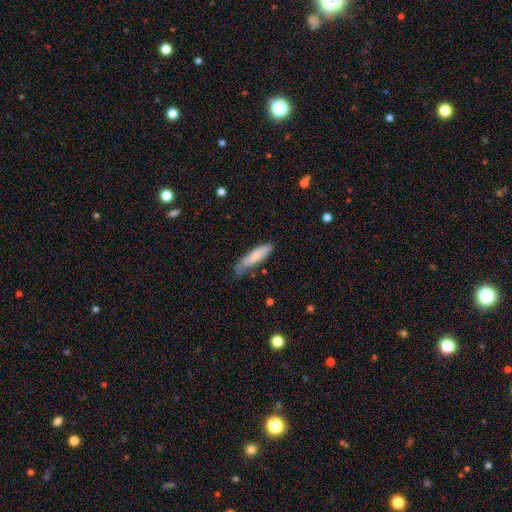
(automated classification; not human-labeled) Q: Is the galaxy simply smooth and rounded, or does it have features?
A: smooth — 73%.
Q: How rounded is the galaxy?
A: cigar-shaped — 67%.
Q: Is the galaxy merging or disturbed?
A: none — 59%.